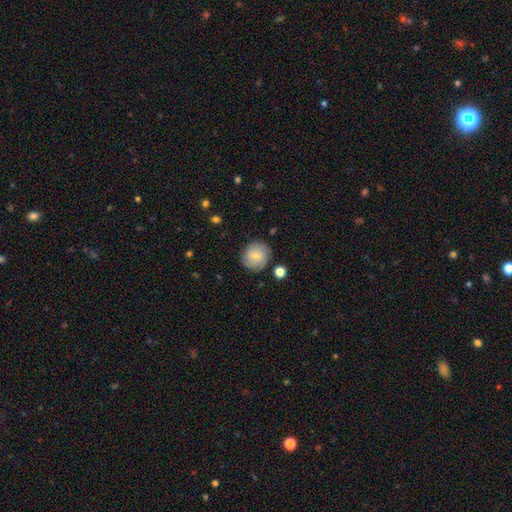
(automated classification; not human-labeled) Smooth or featured: smooth — 63% (featured or disk — 29%)
How rounded: round — 91% (in between — 8%)
Merging: none — 84% (minor disturbance — 11%)